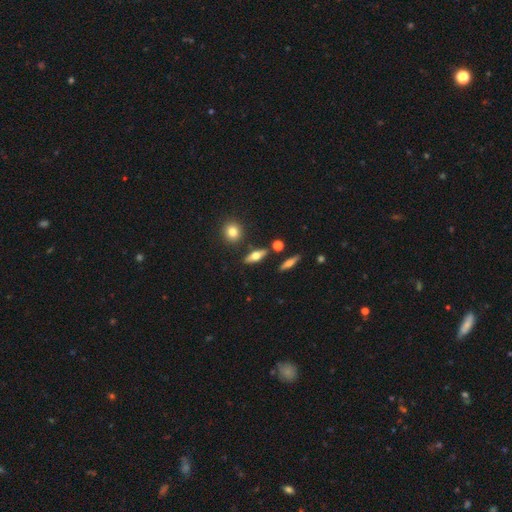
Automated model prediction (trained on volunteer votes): Smooth or featured? featured or disk (46%, tied with smooth)
Merging? none (82%)